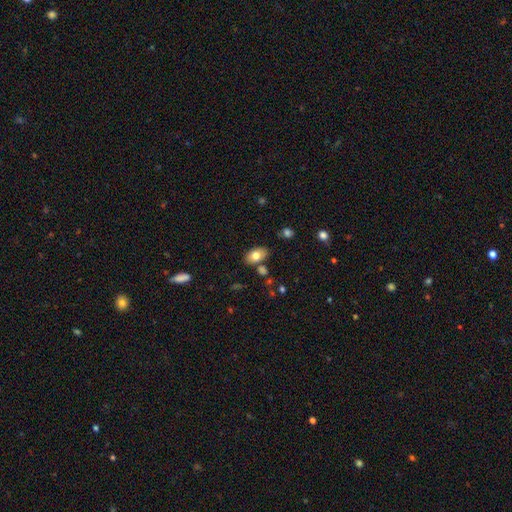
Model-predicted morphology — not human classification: smooth-or-featured: smooth: 76% | featured or disk: 16% | star or artifact: 8%
  how-rounded: in between: 91% | round: 7% | cigar-shaped: 2%
  merging: none: 78% | minor disturbance: 12% | merger: 7% | major disturbance: 3%